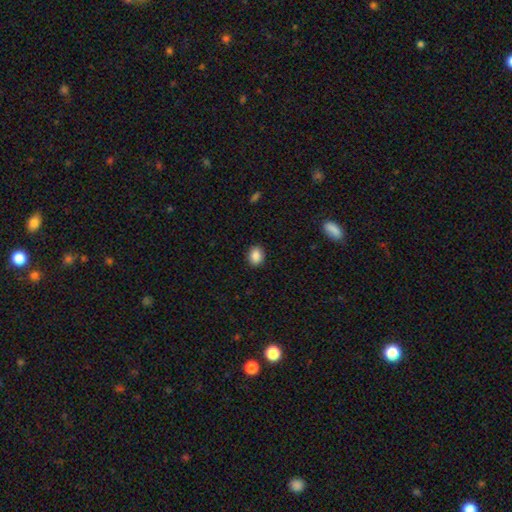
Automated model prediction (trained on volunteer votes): Smooth or featured: smooth — 87% (star or artifact — 8%)
How rounded: in between — 56% (round — 43%)
Merging: none — 90% (minor disturbance — 7%)